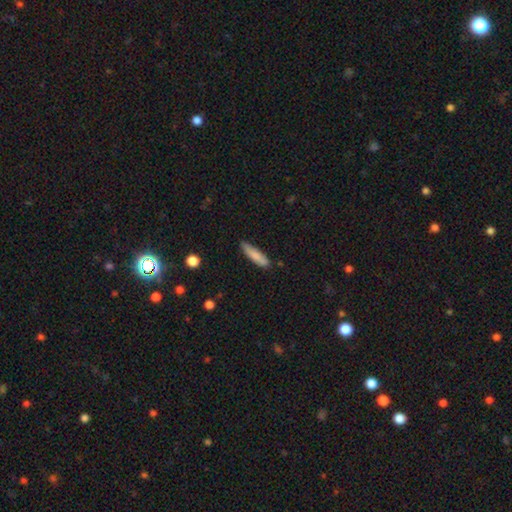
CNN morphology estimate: A smooth galaxy with no disk features (80%) that is cigar-shaped (72%).

Vote fractions:
- Smooth or featured? smooth: 80% / featured or disk: 14% / star or artifact: 6%
- How rounded? cigar-shaped: 72% / in between: 27% / round: 2%
- Merging? none: 77% / minor disturbance: 18% / major disturbance: 3% / merger: 2%